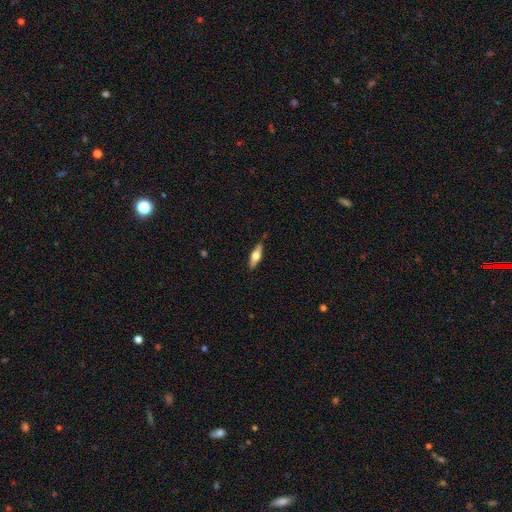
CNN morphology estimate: This appears to be a featured or disk galaxy (55%) viewed edge-on (94%) with a rounded central bulge (92%). Merging: none (86%).